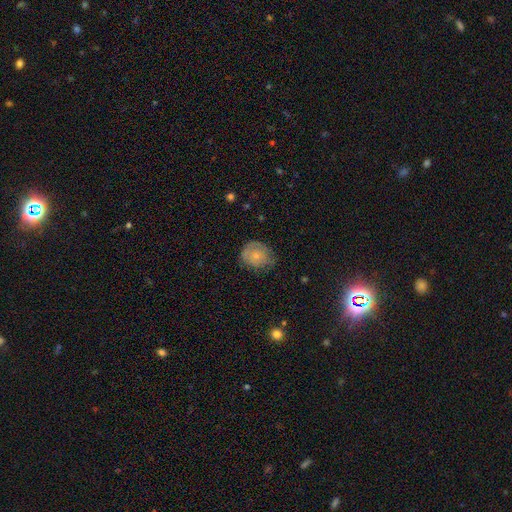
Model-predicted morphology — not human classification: This is likely a smooth galaxy (69%). How rounded: likely round (71%). Merging: likely none (62%).